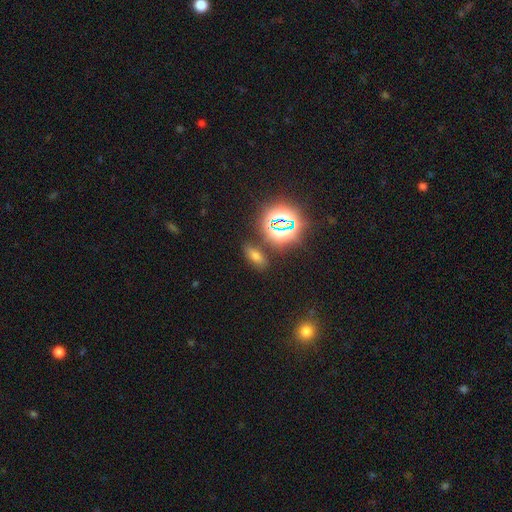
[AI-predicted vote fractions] The model was most divided on "smooth or featured": smooth: 53%, star or artifact: 35%, featured or disk: 11%. More confident: merging — none (81%); how rounded — in between (74%).